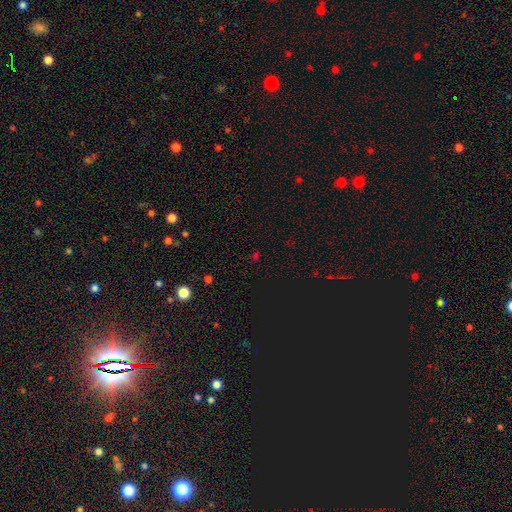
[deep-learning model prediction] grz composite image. It shows a star or artifact, not a galaxy (62%).